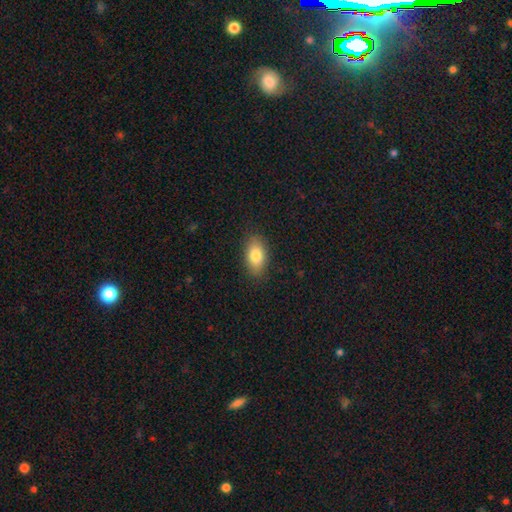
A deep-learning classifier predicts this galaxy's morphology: Overall: smooth (82%). How rounded: in between (91%). Merging: none (86%).